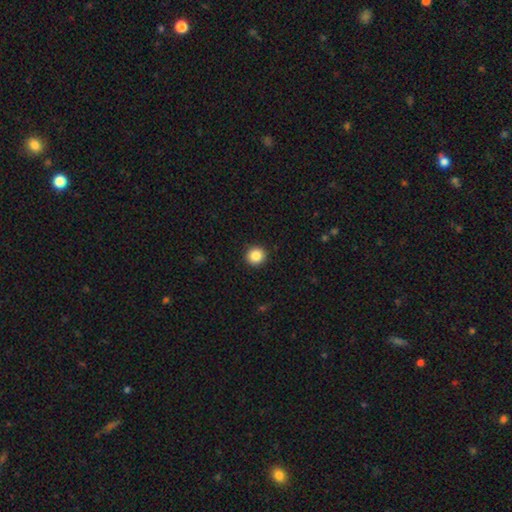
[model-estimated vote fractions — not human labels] Q: Smooth or featured?
A: smooth (86%); runner-up: star or artifact (9%)
Q: How rounded?
A: round (94%); runner-up: in between (5%)
Q: Merging?
A: none (93%); runner-up: minor disturbance (5%)